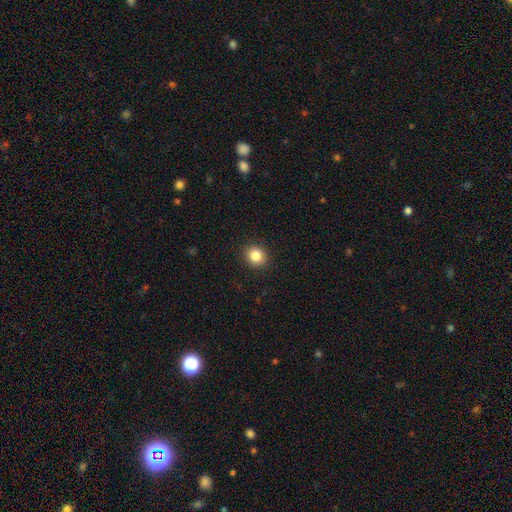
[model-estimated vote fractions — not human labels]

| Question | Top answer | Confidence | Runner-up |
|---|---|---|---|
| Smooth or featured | smooth | 84% | star or artifact (11%) |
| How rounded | round | 83% | in between (16%) |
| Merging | none | 92% | minor disturbance (6%) |